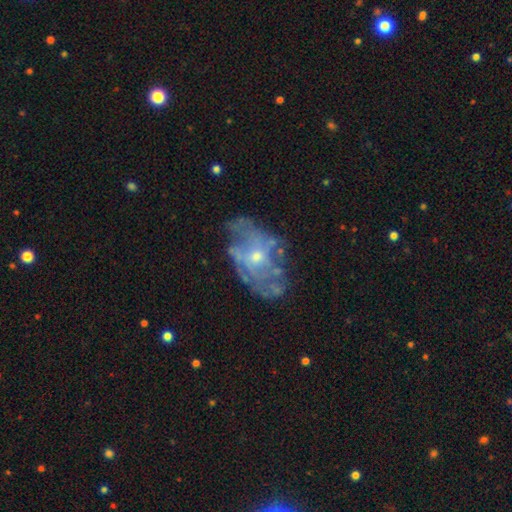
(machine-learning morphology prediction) Q: Smooth or featured?
A: featured or disk (76%); runner-up: smooth (16%)
Q: Edge-on disk?
A: no (96%); runner-up: yes (4%)
Q: Bar?
A: no (80%); runner-up: weak (17%)
Q: Spiral arms?
A: yes (59%); runner-up: no (41%)
Q: Bulge size?
A: small (56%); runner-up: moderate (40%)
Q: Merging?
A: none (59%); runner-up: minor disturbance (23%)